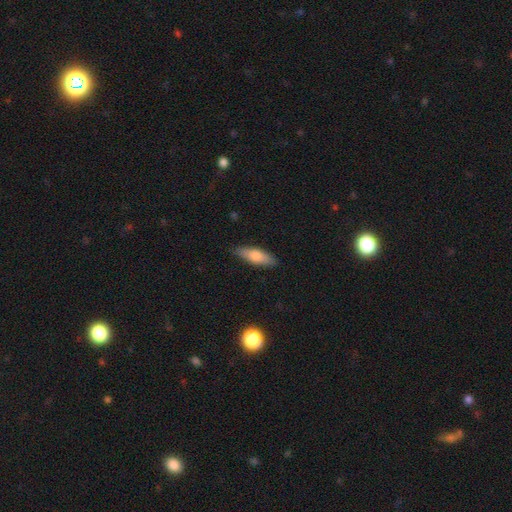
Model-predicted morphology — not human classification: smooth-or-featured: smooth: 71% | featured or disk: 23% | star or artifact: 6%
  how-rounded: cigar-shaped: 49% (tied) | in between: 49% (tied) | round: 2%
  merging: none: 85% | minor disturbance: 11% | major disturbance: 2% | merger: 1%